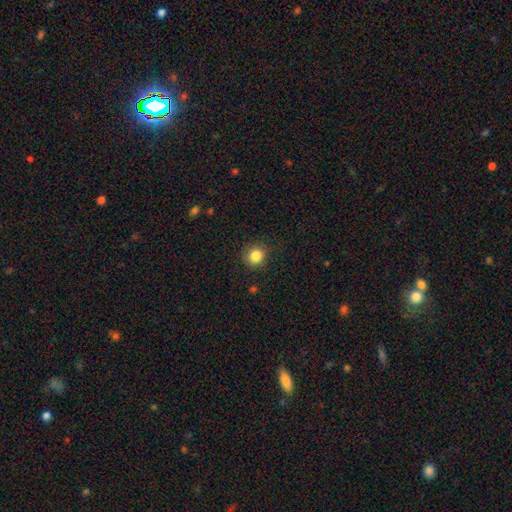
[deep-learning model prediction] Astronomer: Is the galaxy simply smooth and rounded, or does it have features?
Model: smooth — 85%.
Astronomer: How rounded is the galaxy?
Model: round — 88%.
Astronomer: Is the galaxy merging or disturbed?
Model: none — 87%.